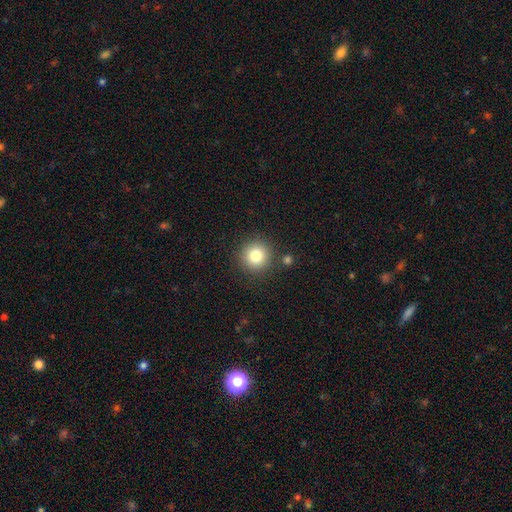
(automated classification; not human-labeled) This appears to be a smooth galaxy with no disk features (82%) that is round (94%). Merging: none (86%).